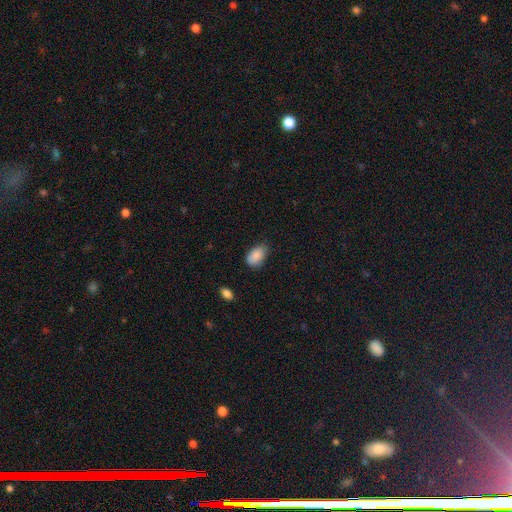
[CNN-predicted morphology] type=smooth (87%); roundness=in between (89%); merging=none (67%).